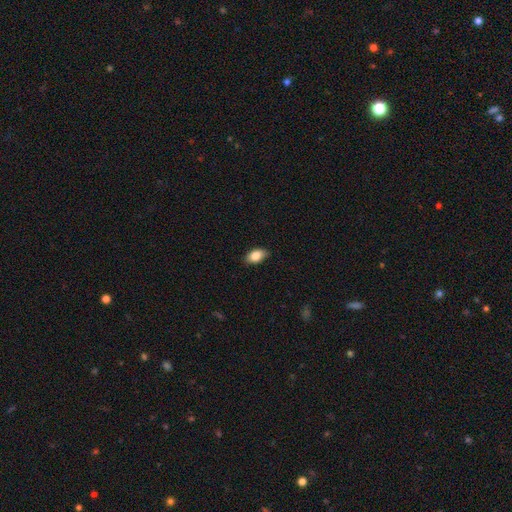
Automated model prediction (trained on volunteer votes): Smooth or featured? smooth (84%)
How rounded? in between (91%)
Merging? none (84%)